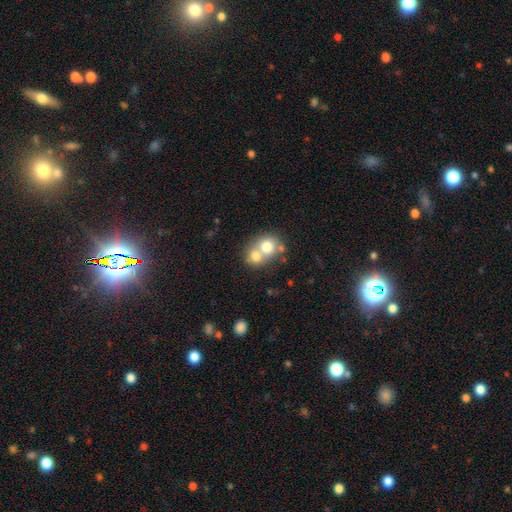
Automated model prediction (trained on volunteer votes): smooth-or-featured: smooth: 70% | featured or disk: 20% | star or artifact: 10%
  how-rounded: round: 70% | in between: 29% | cigar-shaped: 1%
  merging: merger: 66% | none: 26% | minor disturbance: 6% | major disturbance: 3%